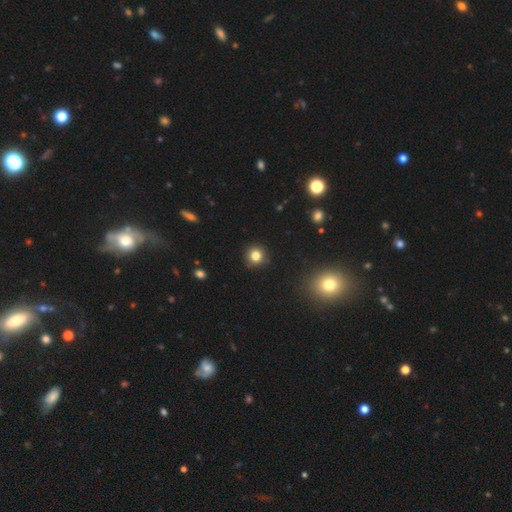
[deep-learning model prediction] smooth_or_featured: smooth (p=0.81) [alt: star or artifact p=0.13]
how_rounded: round (p=0.92) [alt: in between p=0.07]
merging: none (p=0.90) [alt: minor disturbance p=0.07]